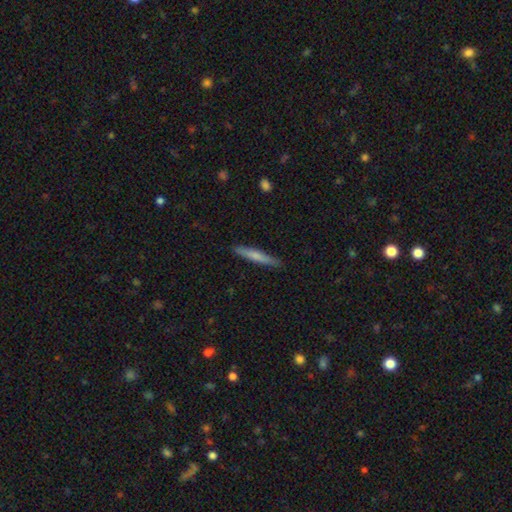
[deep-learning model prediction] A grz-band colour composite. It shows a smooth galaxy with no disk features (66%) that is cigar-shaped (95%). Merging: none (89%).